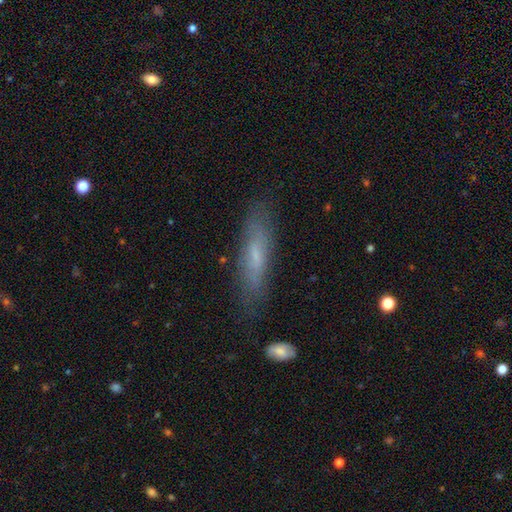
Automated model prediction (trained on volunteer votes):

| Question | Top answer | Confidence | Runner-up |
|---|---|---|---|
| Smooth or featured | smooth | 54% | featured or disk (38%) |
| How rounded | cigar-shaped | 76% | in between (22%) |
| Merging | none | 80% | minor disturbance (14%) |